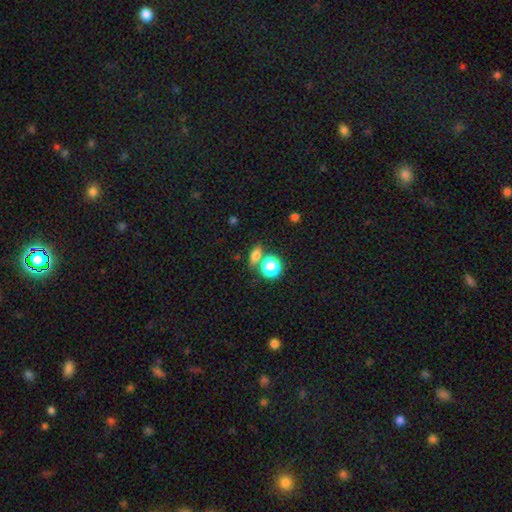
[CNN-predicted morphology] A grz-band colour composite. It shows a smooth galaxy with no disk features (69%) that is in between round and cigar-shaped (60%). Merging: none (67%).